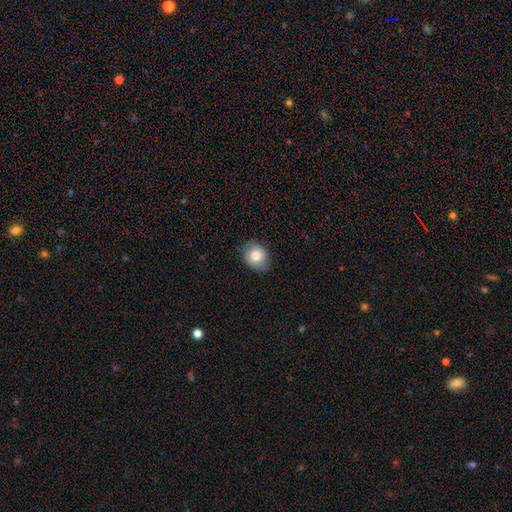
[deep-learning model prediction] This is likely a smooth galaxy (79%). How rounded: possibly in between (54%). Merging: clearly none (84%).